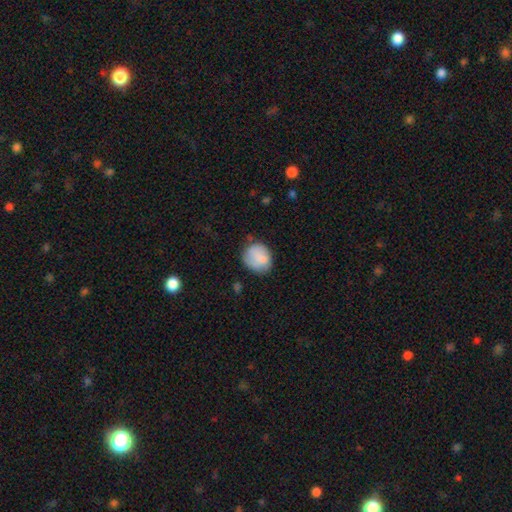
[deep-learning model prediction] Smooth or featured? Predicted: smooth (p=0.81). How rounded? Predicted: round (p=0.68). Merging? Predicted: none (p=0.64).